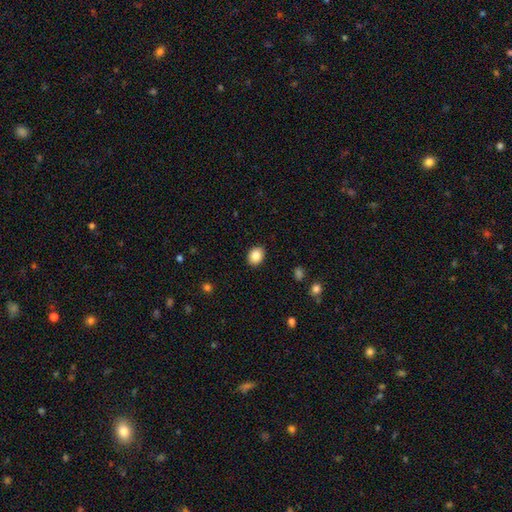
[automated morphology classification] The model was most divided on "how rounded": in between: 56%, round: 44%, cigar-shaped: 1%. More confident: merging — none (90%); smooth or featured — smooth (86%).